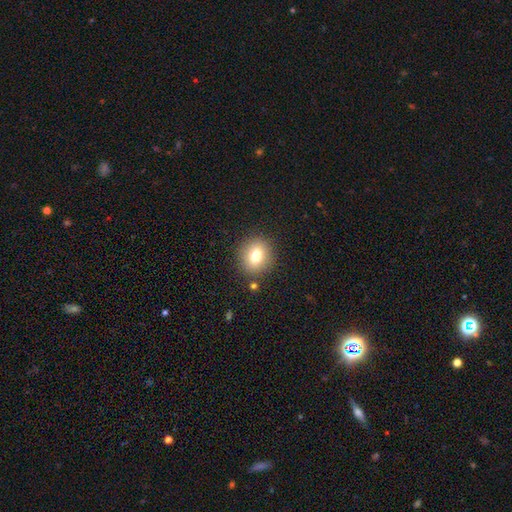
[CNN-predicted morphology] smooth_or_featured: smooth (p=0.76) [alt: featured or disk p=0.12]
how_rounded: round (p=0.78) [alt: in between p=0.21]
merging: none (p=0.87) [alt: minor disturbance p=0.08]